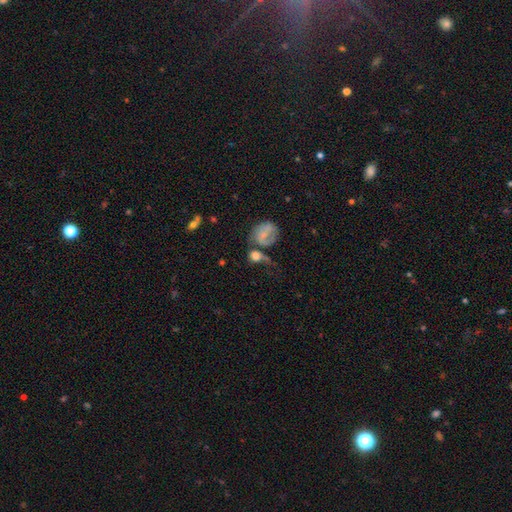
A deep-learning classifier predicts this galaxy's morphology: The model was most divided on "merging": none: 34%, merger: 33%, major disturbance: 19%, minor disturbance: 15%. More confident: how rounded — round (69%); smooth or featured — smooth (62%).